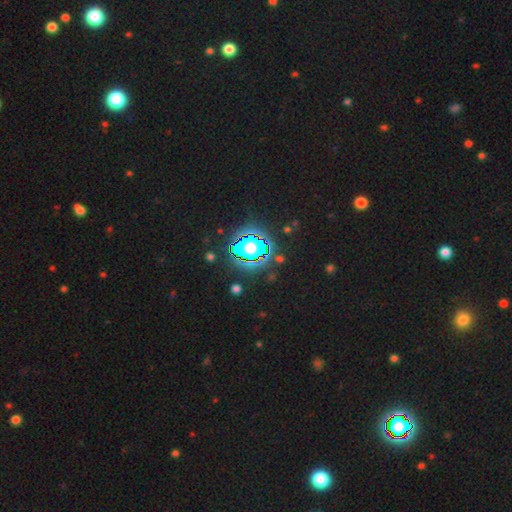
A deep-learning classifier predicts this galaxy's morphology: smooth_or_featured: star or artifact (p=0.79) [alt: smooth p=0.13]